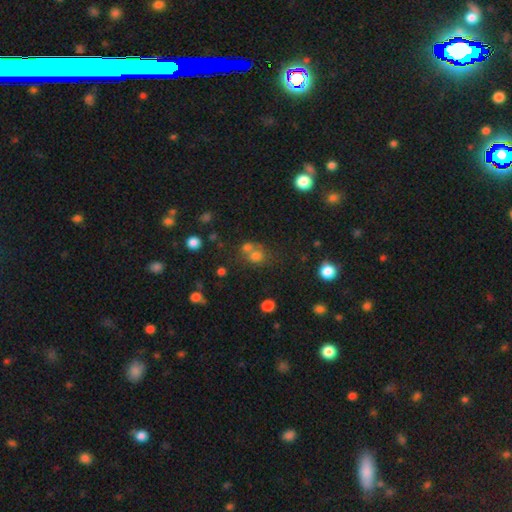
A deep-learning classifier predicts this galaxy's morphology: Q: Smooth or featured?
A: smooth (67%); runner-up: star or artifact (19%)
Q: How rounded?
A: round (69%); runner-up: in between (30%)
Q: Merging?
A: merger (46%); runner-up: none (39%)